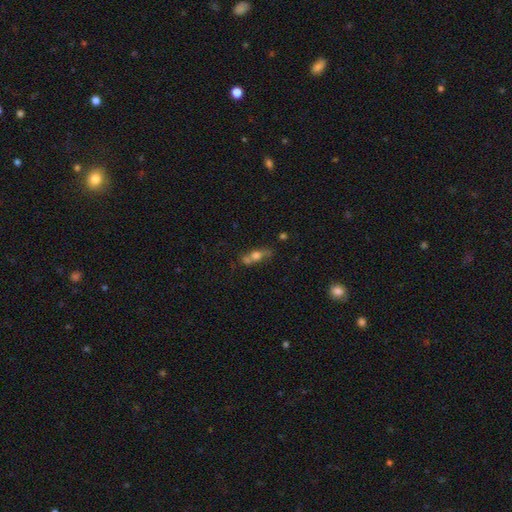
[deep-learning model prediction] Overall: smooth (58%; featured or disk 30%). How rounded: in between (52%; cigar-shaped 24%). Merging: none (41%; merger 34%).